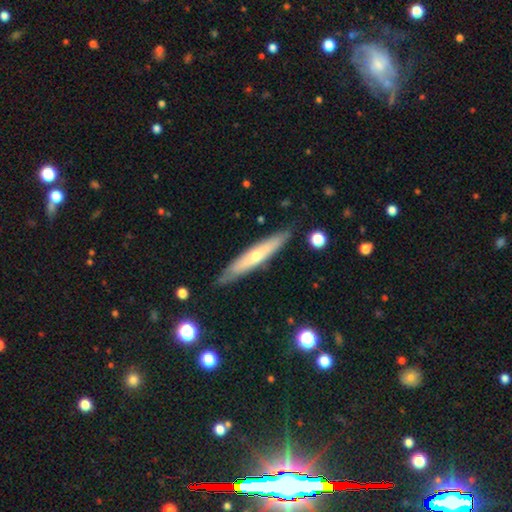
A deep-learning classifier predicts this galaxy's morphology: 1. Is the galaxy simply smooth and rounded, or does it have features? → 52% featured or disk, 42% smooth, 6% star or artifact.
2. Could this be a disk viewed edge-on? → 83% yes, 17% no.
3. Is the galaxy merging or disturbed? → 85% none, 12% minor disturbance, 2% major disturbance, 2% merger.